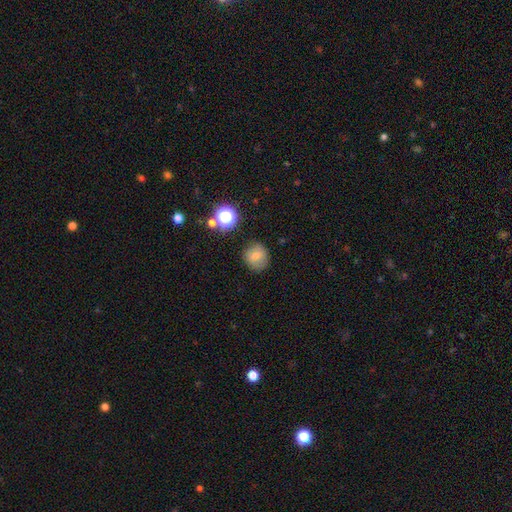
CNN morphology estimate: type=smooth (73%); roundness=round (89%); merging=none (83%).